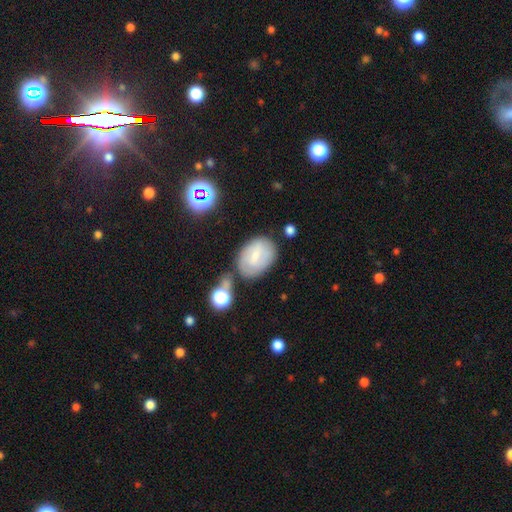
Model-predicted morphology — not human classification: smooth_or_featured: smooth (p=0.52) [alt: featured or disk p=0.38]
how_rounded: in between (p=0.82) [alt: round p=0.16]
merging: none (p=0.58) [alt: minor disturbance p=0.23]